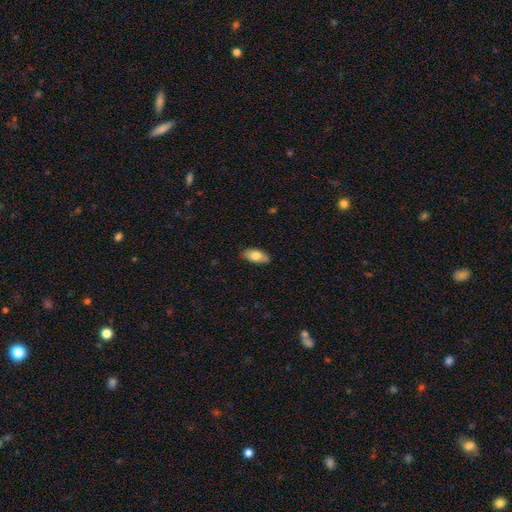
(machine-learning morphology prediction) Smooth or featured?
  - smooth: 79% *
  - featured or disk: 14%
  - star or artifact: 6%
How rounded?
  - in between: 90% *
  - cigar-shaped: 7%
  - round: 3%
Merging?
  - none: 84% *
  - minor disturbance: 13%
  - major disturbance: 2%
  - merger: 1%